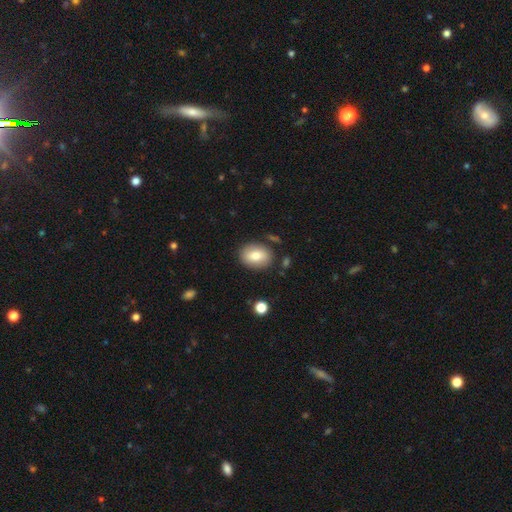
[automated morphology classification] Smooth or featured?
  - smooth: 77% *
  - featured or disk: 15%
  - star or artifact: 8%
How rounded?
  - in between: 66% *
  - round: 33%
  - cigar-shaped: 1%
Merging?
  - none: 84% *
  - minor disturbance: 11%
  - major disturbance: 3%
  - merger: 3%